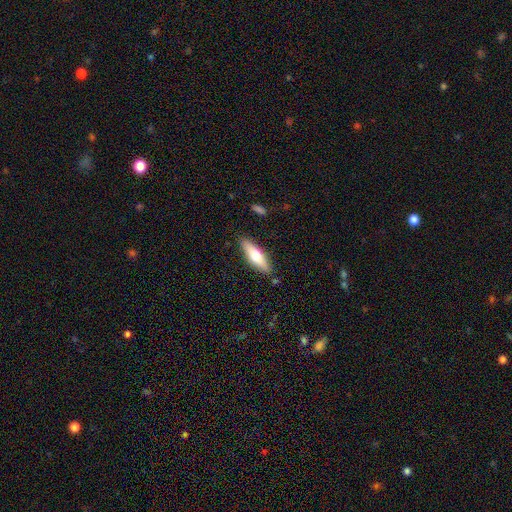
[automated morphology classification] This appears to be a smooth galaxy with no disk features (61%) that is cigar-shaped (56%). Merging: none (85%).